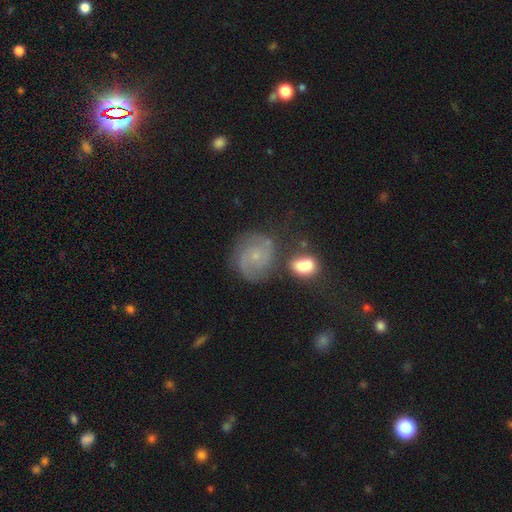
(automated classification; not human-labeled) Smooth or featured?
  - featured or disk: 68% *
  - smooth: 22%
  - star or artifact: 11%
Edge-on disk?
  - no: 98% *
  - yes: 2%
Bar?
  - no: 70% *
  - weak: 26%
  - strong: 5%
Spiral arms?
  - yes: 91% *
  - no: 9%
Spiral winding?
  - medium: 44% *
  - tight: 40%
  - loose: 16%
Spiral arm count?
  - 2: 68% *
  - can't tell: 16%
  - 3: 7%
  - 1: 4%
  - 4: 3%
  - more than 4: 3%
Bulge size?
  - small: 78% *
  - moderate: 14%
  - none: 6%
  - large: 1%
  - dominant: 1%
Merging?
  - none: 65% *
  - minor disturbance: 18%
  - merger: 9%
  - major disturbance: 8%